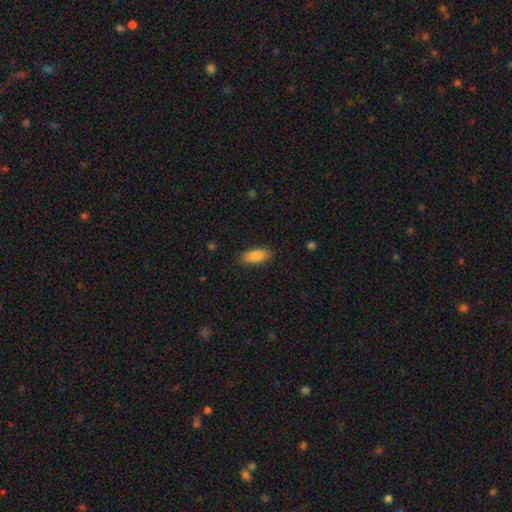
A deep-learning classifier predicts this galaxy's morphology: Overall: smooth (87%). How rounded: in between (86%). Merging: none (86%).